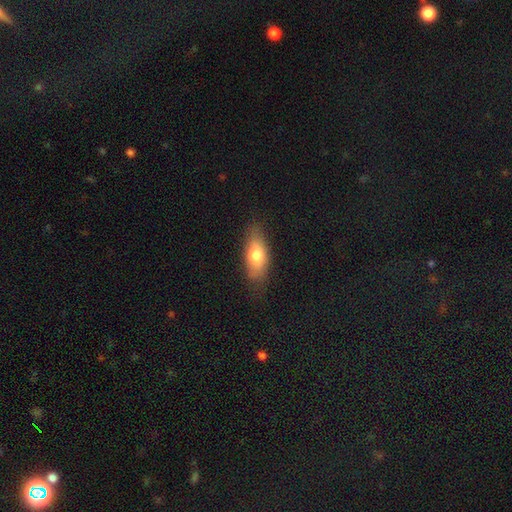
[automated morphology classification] A smooth galaxy with no disk features (74%) that is in between round and cigar-shaped (78%). Merging: none (76%).